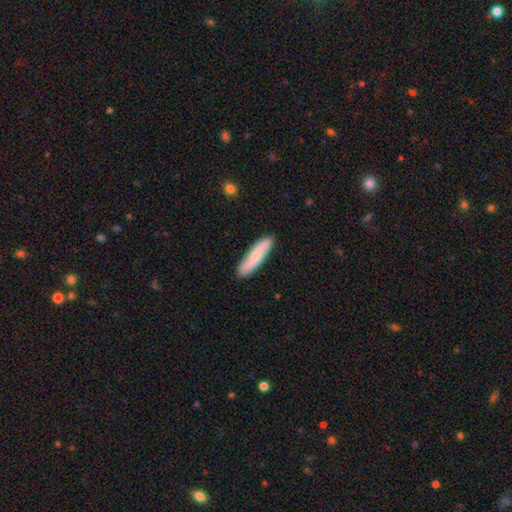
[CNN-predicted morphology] Smooth or featured?
  - smooth: 66% *
  - featured or disk: 29%
  - star or artifact: 5%
How rounded?
  - cigar-shaped: 81% *
  - in between: 17%
  - round: 2%
Merging?
  - none: 89% *
  - minor disturbance: 9%
  - major disturbance: 2%
  - merger: 1%